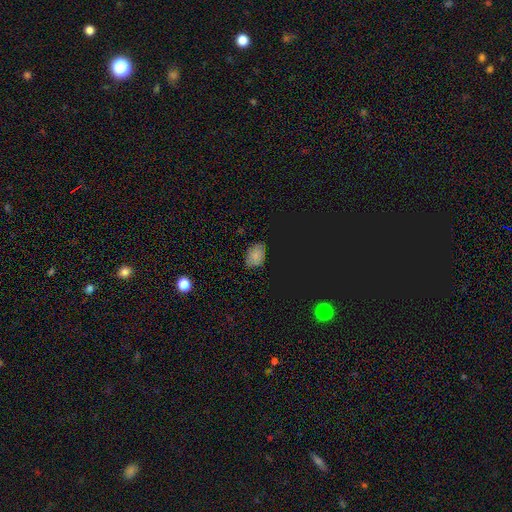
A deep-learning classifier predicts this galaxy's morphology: A smooth galaxy with no disk features (64%) that is in between round and cigar-shaped (75%).

Vote fractions:
- Smooth or featured? smooth: 64% / star or artifact: 27% / featured or disk: 9%
- How rounded? in between: 75% / round: 24% / cigar-shaped: 2%
- Merging? none: 81% / minor disturbance: 14% / major disturbance: 3% / merger: 1%